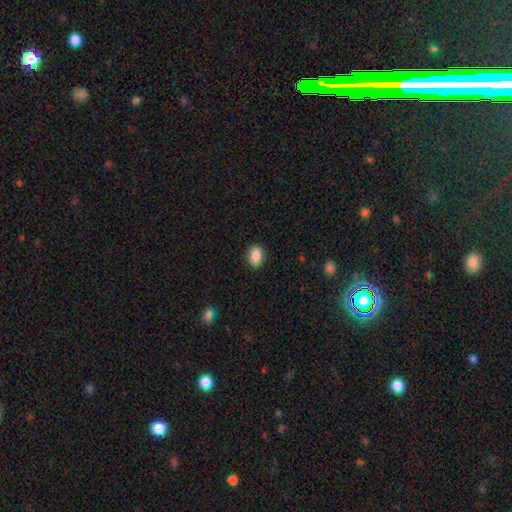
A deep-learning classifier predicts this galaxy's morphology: smooth_or_featured: smooth (p=0.88) [alt: star or artifact p=0.08]
how_rounded: in between (p=0.80) [alt: round p=0.19]
merging: none (p=0.89) [alt: minor disturbance p=0.08]